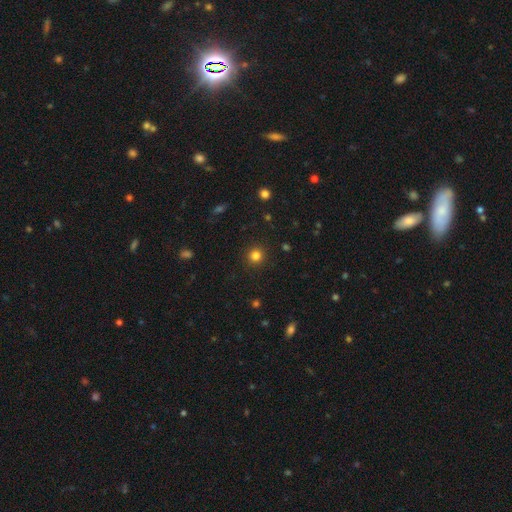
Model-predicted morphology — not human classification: A smooth galaxy with no disk features (82%) that is round (94%). Merging: none (92%).